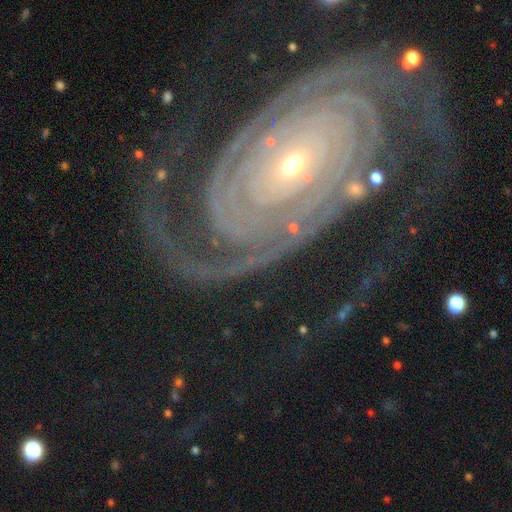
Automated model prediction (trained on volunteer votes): A featured or disk galaxy (91%) with no bar (69%), 2 (72%) tight (80%) spiral arms (99%) and a small central bulge (71%).

Vote fractions:
- Smooth or featured? featured or disk: 91% / star or artifact: 6% / smooth: 3%
- Edge-on disk? no: 97% / yes: 3%
- Bar? no: 69% / weak: 17% / strong: 14%
- Spiral arms? yes: 99% / no: 1%
- Spiral winding? tight: 80% / medium: 16% / loose: 4%
- Spiral arm count? 2: 72% / 3: 8% / can't tell: 7% / 4: 5% / more than 4: 4% / 1: 4%
- Bulge size? small: 71% / moderate: 25% / large: 2% / dominant: 1% / none: 1%
- Merging? none: 72% / minor disturbance: 14% / major disturbance: 11% / merger: 3%